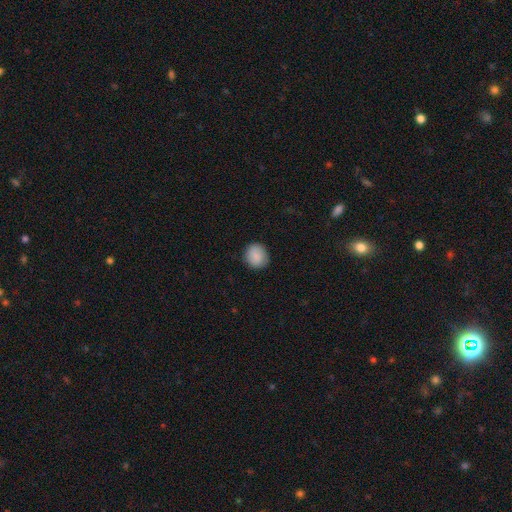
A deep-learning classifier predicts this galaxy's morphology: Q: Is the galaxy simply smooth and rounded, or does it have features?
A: smooth — 88%.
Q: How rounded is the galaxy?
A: round — 79%.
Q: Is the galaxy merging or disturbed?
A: none — 85%.